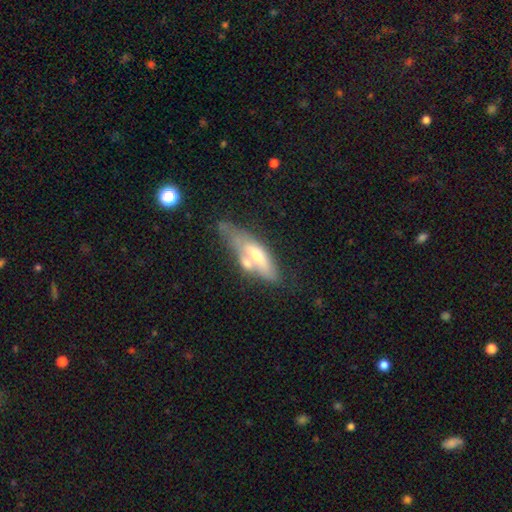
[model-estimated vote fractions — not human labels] A featured or disk galaxy (50%).

Vote fractions:
- Smooth or featured? featured or disk: 50% / smooth: 44% / star or artifact: 6%
- Edge-on disk? no: 52% / yes: 48%
- Merging? none: 37% / merger: 29% / minor disturbance: 22% / major disturbance: 12%